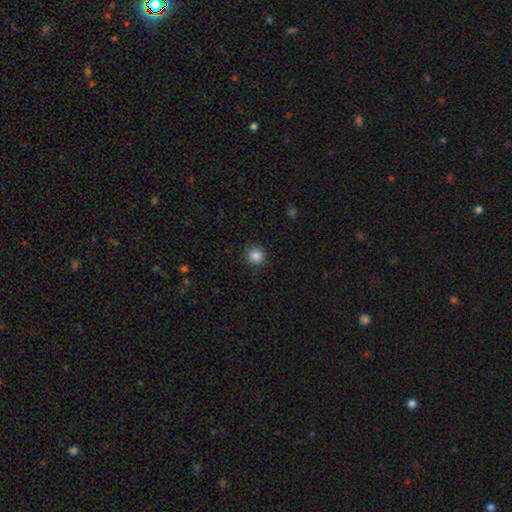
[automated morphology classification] This appears to be a smooth galaxy with no disk features (85%) that is round (93%). Merging: none (90%).